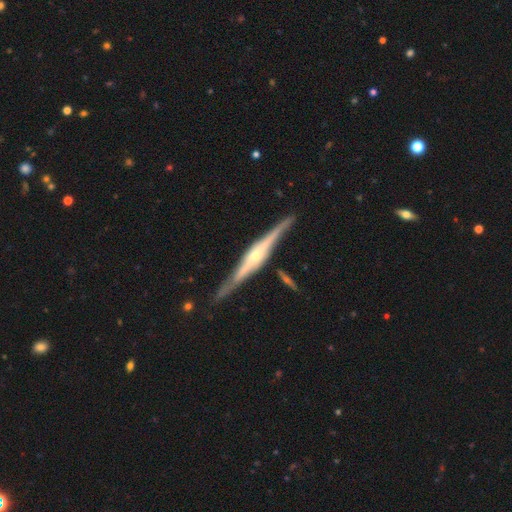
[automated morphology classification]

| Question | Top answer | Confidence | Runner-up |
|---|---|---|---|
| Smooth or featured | featured or disk | 87% | smooth (8%) |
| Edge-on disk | yes | 97% | no (3%) |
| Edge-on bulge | rounded | 69% | boxy (25%) |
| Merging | none | 84% | minor disturbance (11%) |